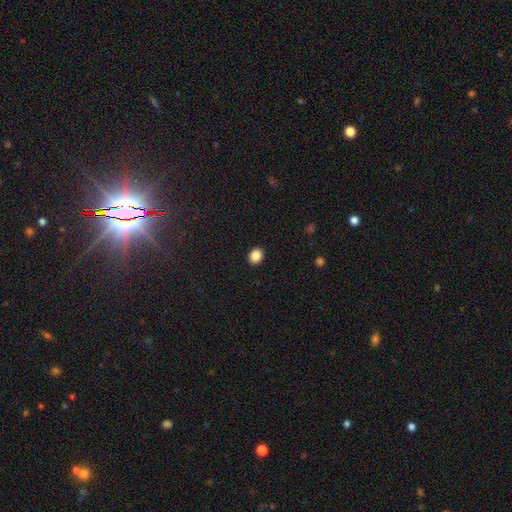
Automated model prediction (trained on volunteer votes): Q: Smooth or featured?
A: smooth (87%); runner-up: star or artifact (9%)
Q: How rounded?
A: round (54%); runner-up: in between (46%)
Q: Merging?
A: none (92%); runner-up: minor disturbance (6%)